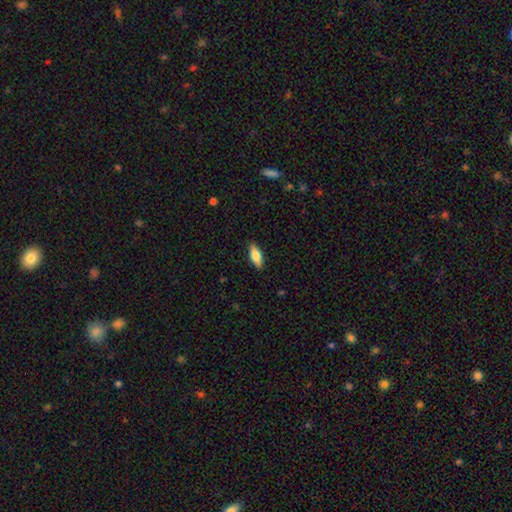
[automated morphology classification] smooth 73%, featured or disk 21%, star or artifact 6%. Down the decision tree: how rounded — in between (71%); merging — none (88%).